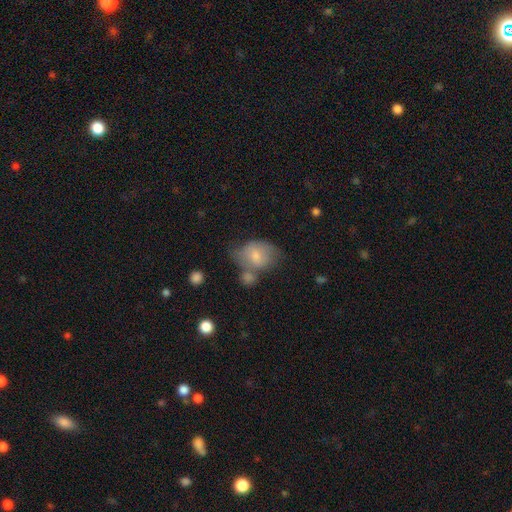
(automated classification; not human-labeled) A smooth galaxy with no disk features (66%) that is in between round and cigar-shaped (60%).

Vote fractions:
- Smooth or featured? smooth: 66% / featured or disk: 27% / star or artifact: 7%
- How rounded? in between: 60% / round: 39% / cigar-shaped: 1%
- Merging? none: 33% / merger: 31% / minor disturbance: 23% / major disturbance: 13%